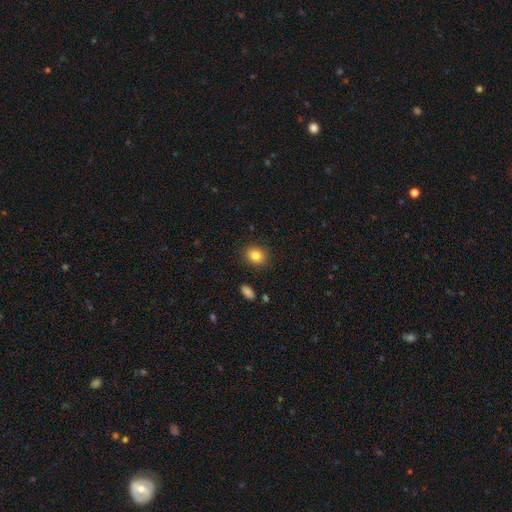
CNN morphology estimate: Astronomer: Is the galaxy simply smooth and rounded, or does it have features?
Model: smooth — 84%.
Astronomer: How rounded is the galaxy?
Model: round — 63%.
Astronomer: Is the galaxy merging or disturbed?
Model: none — 89%.